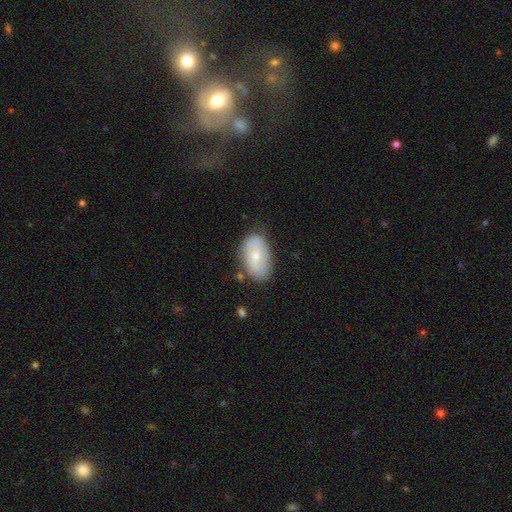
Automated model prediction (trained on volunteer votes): A smooth galaxy with no disk features (62%) that is in between round and cigar-shaped (92%).

Vote fractions:
- Smooth or featured? smooth: 62% / featured or disk: 31% / star or artifact: 7%
- How rounded? in between: 92% / round: 7% / cigar-shaped: 2%
- Merging? none: 73% / minor disturbance: 19% / major disturbance: 4% / merger: 3%